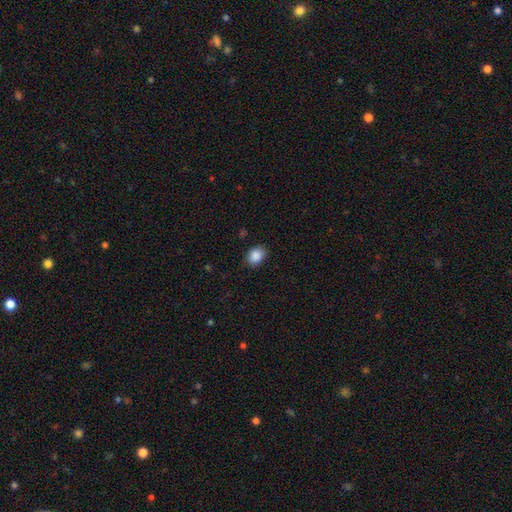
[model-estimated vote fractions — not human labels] Smooth or featured? smooth (88%)
How rounded? in between (65%)
Merging? none (84%)